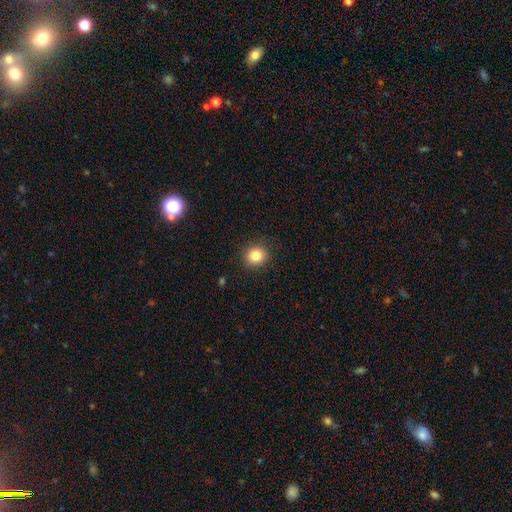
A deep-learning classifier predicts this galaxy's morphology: The model was most divided on "how rounded": round: 81%, in between: 18%, cigar-shaped: 1%. More confident: merging — none (90%); smooth or featured — smooth (84%).